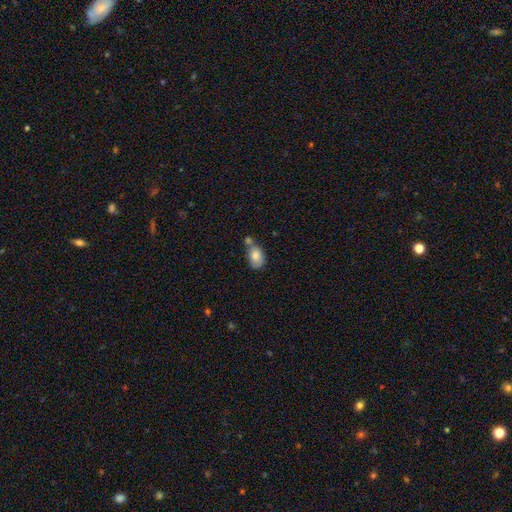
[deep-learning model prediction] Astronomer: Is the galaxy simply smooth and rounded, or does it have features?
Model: smooth — 80%.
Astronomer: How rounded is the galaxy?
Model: in between — 81%.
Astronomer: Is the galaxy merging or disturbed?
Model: none — 38% (runner-up: merger, 36%).